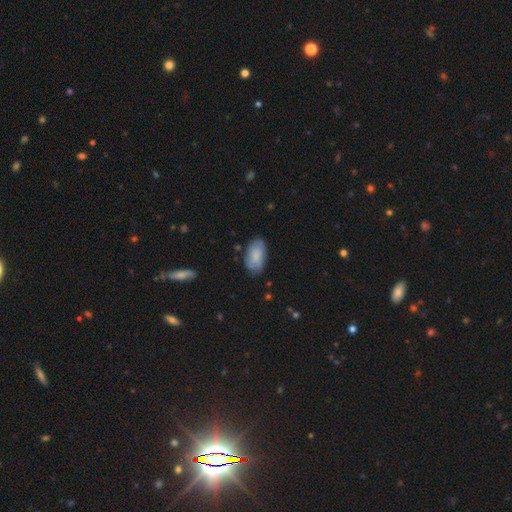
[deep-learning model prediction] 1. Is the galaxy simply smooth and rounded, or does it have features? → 77% smooth, 17% featured or disk, 6% star or artifact.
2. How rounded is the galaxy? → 94% in between, 3% round, 2% cigar-shaped.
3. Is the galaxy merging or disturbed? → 72% none, 21% minor disturbance, 5% major disturbance, 2% merger.